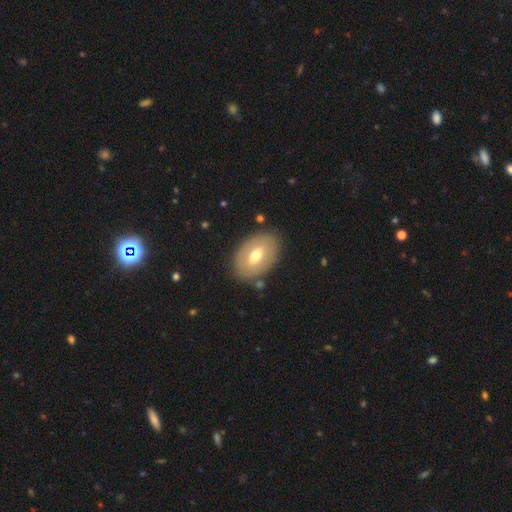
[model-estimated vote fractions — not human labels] Smooth or featured: smooth — 54% (featured or disk — 39%)
How rounded: in between — 88% (round — 11%)
Merging: none — 83% (minor disturbance — 11%)